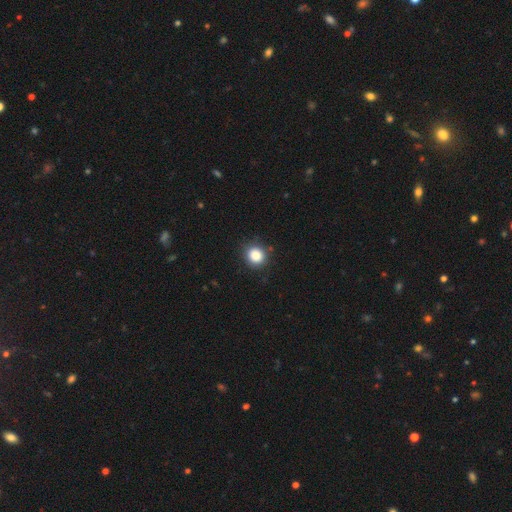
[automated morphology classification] smooth 85%, star or artifact 11%, featured or disk 4%. Down the decision tree: how rounded — round (86%); merging — none (86%).